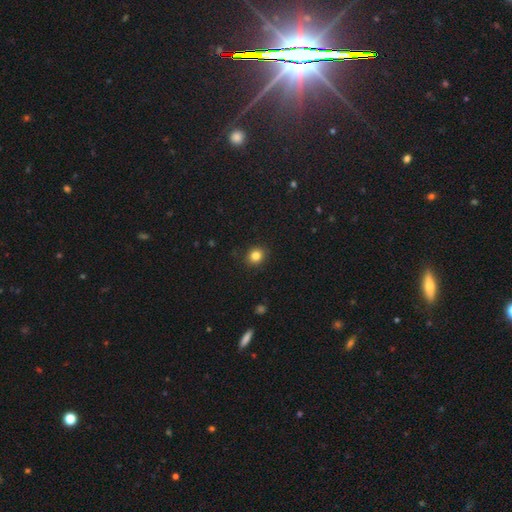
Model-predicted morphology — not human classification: The model was most divided on "how rounded": round: 77%, in between: 22%, cigar-shaped: 1%. More confident: merging — none (90%); smooth or featured — smooth (84%).